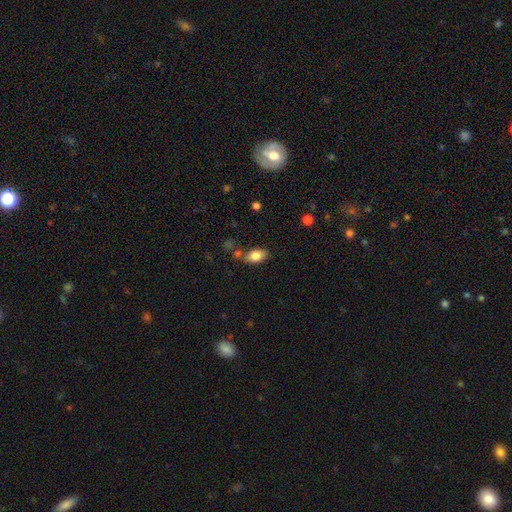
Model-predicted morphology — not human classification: smooth-or-featured: smooth: 82% | featured or disk: 10% | star or artifact: 8%
  how-rounded: in between: 90% | round: 7% | cigar-shaped: 3%
  merging: none: 74% | minor disturbance: 15% | merger: 8% | major disturbance: 4%